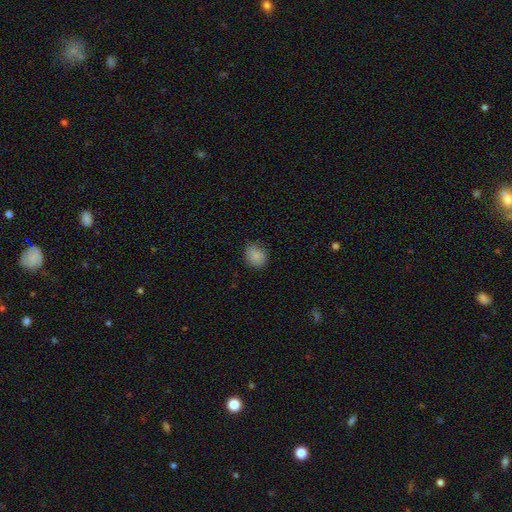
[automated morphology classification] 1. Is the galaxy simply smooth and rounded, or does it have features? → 86% smooth, 10% star or artifact, 5% featured or disk.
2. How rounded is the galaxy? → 67% round, 32% in between, 1% cigar-shaped.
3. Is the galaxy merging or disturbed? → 74% none, 21% minor disturbance, 4% major disturbance, 1% merger.